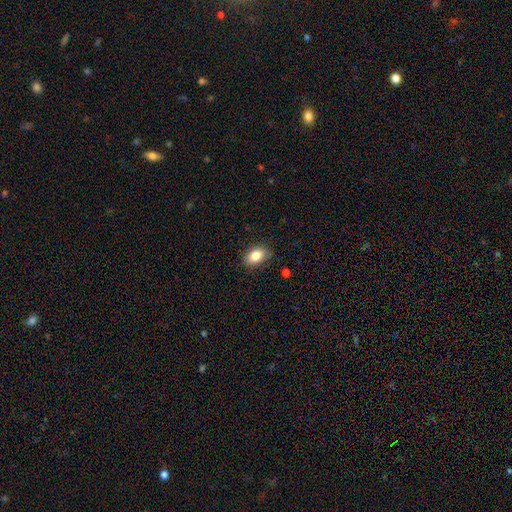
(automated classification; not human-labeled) smooth 84%, star or artifact 8%, featured or disk 8%. Down the decision tree: how rounded — in between (82%); merging — none (83%).